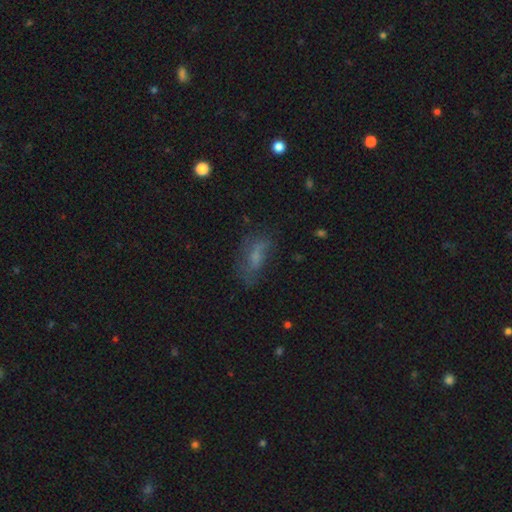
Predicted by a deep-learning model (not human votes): Morphology: type=smooth (49%); merging=none (51%).